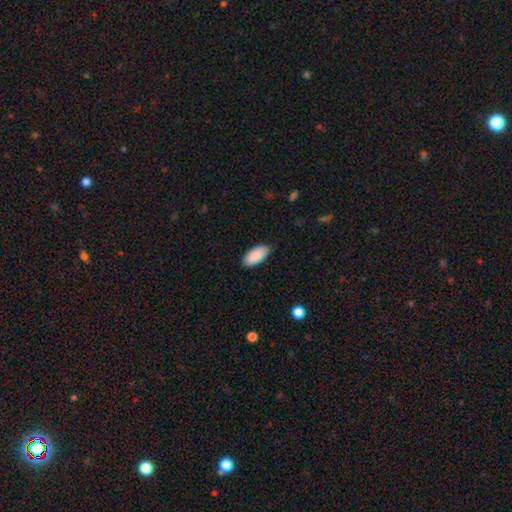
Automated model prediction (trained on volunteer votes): This is clearly a smooth galaxy (91%). How rounded: clearly in between (94%). Merging: clearly none (87%).